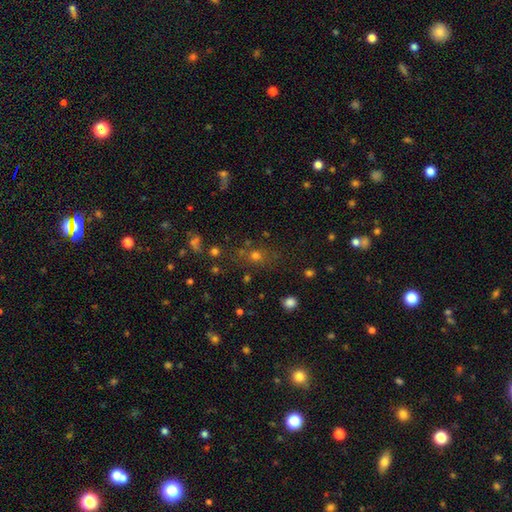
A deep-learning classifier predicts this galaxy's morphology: The model was most divided on "smooth or featured": smooth: 60%, star or artifact: 28%, featured or disk: 12%. More confident: how rounded — round (71%); merging — none (71%).